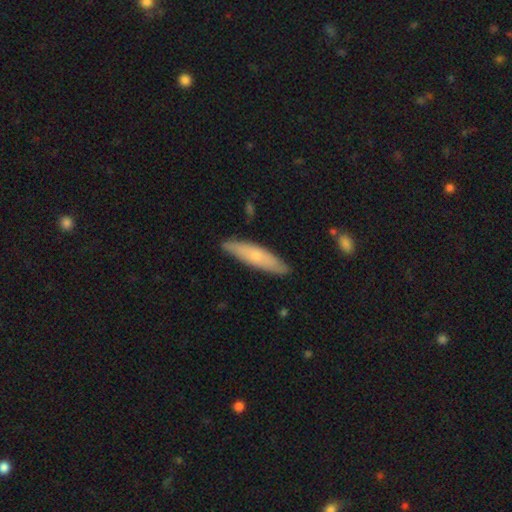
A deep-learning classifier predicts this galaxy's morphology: This appears to be a smooth galaxy with no disk features (62%) that is cigar-shaped (78%). Merging: none (85%).